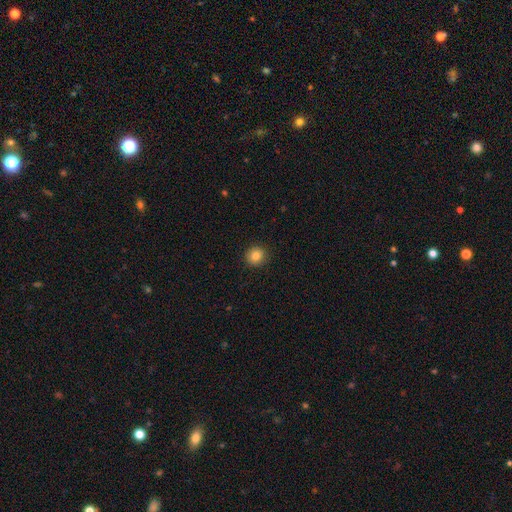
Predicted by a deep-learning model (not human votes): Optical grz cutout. It shows a smooth galaxy with no disk features (84%) that is round (92%). Merging: none (92%).